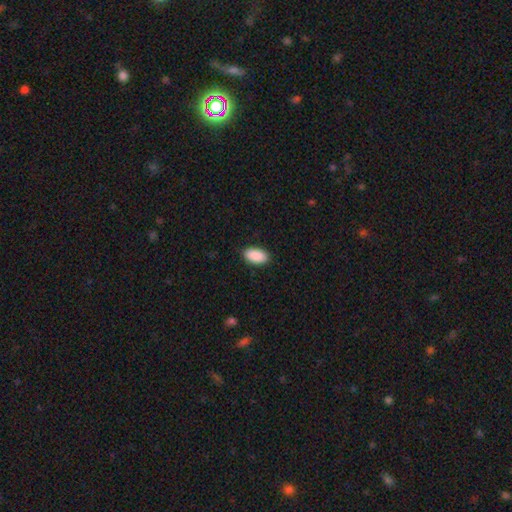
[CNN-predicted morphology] Q: Smooth or featured?
A: smooth (91%); runner-up: star or artifact (6%)
Q: How rounded?
A: in between (95%); runner-up: round (3%)
Q: Merging?
A: none (89%); runner-up: minor disturbance (9%)